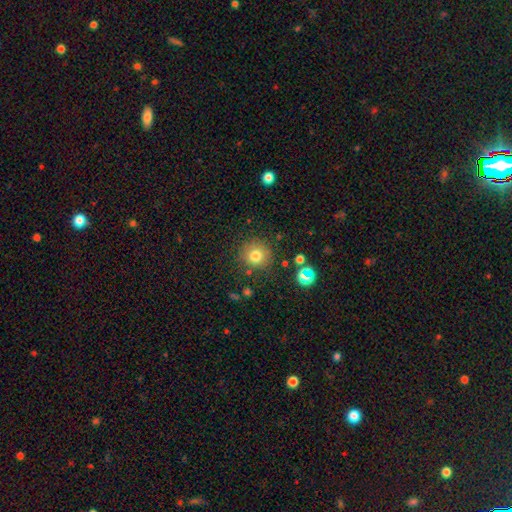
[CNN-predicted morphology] A smooth galaxy with no disk features (77%) that is round (91%). Merging: none (83%).